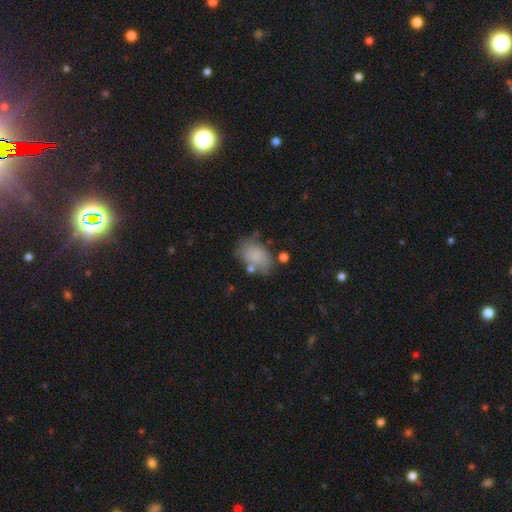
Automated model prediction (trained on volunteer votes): This is likely a smooth galaxy (79%). How rounded: clearly in between (83%). Merging: possibly none (57%).